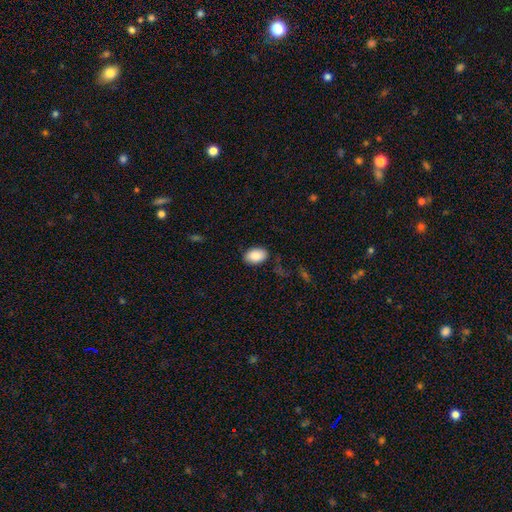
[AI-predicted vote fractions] Q: Smooth or featured?
A: smooth (87%); runner-up: star or artifact (7%)
Q: How rounded?
A: in between (91%); runner-up: round (8%)
Q: Merging?
A: none (84%); runner-up: minor disturbance (11%)